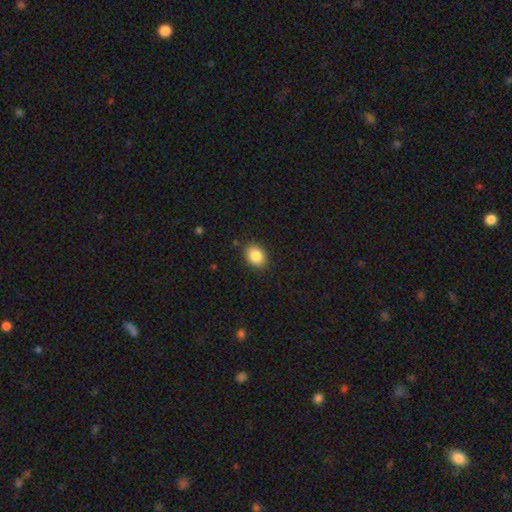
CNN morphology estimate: Overall: smooth (86%). How rounded: in between (66%; round 33%). Merging: none (87%).